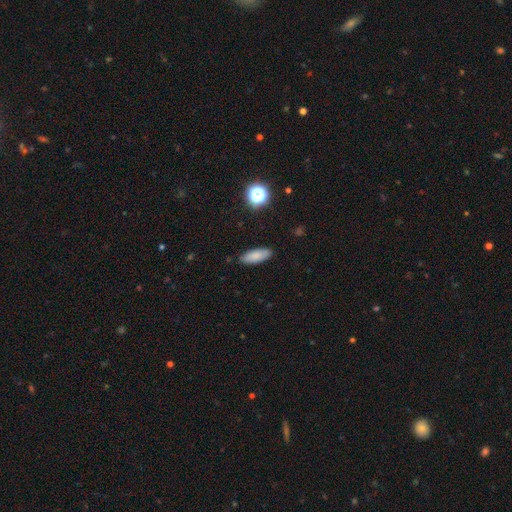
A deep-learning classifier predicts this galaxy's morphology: Smooth or featured? smooth (83%)
How rounded? in between (68%)
Merging? none (88%)